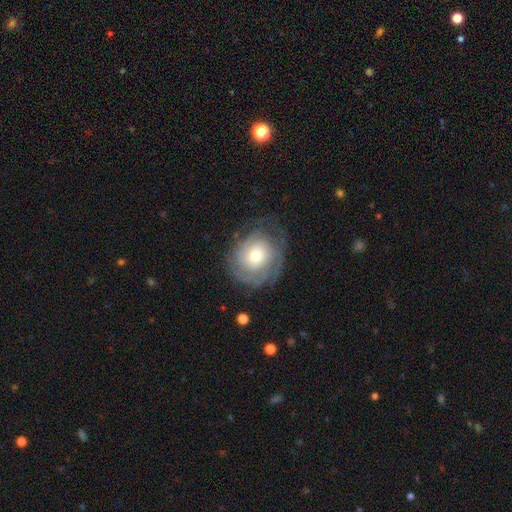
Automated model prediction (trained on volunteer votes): A featured or disk galaxy (67%) with no bar (81%), tight (67%) spiral arms (85%) and a moderate central bulge (57%).

Vote fractions:
- Smooth or featured? featured or disk: 67% / smooth: 26% / star or artifact: 7%
- Edge-on disk? no: 97% / yes: 3%
- Bar? no: 81% / weak: 16% / strong: 3%
- Spiral arms? yes: 85% / no: 15%
- Spiral winding? tight: 67% / medium: 24% / loose: 9%
- Spiral arm count? can't tell: 47% / 2: 22% / 3: 14% / 1: 7% / 4: 6% / more than 4: 4%
- Bulge size? moderate: 57% / small: 30% / large: 10% / dominant: 2% / none: 1%
- Merging? none: 66% / minor disturbance: 20% / major disturbance: 13% / merger: 1%